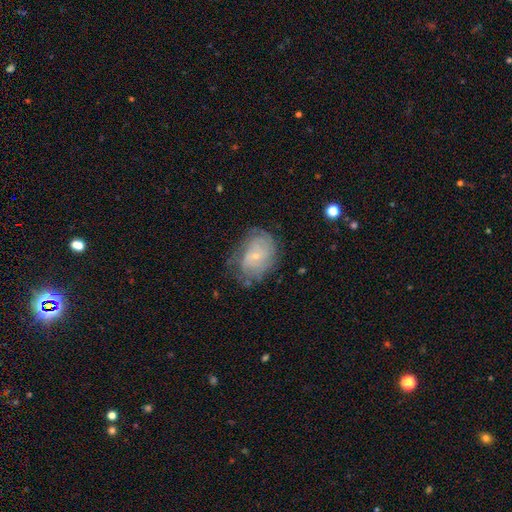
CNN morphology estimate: Overall: featured or disk (71%). Edge-on disk: no (97%). Bar: no (65%; weak 30%). Spiral arms: yes (87%). Spiral arm count: can't tell (51%; 2 16%). Spiral winding: tight (64%; medium 27%). Bulge size: small (79%). Merging: none (63%; minor disturbance 24%).